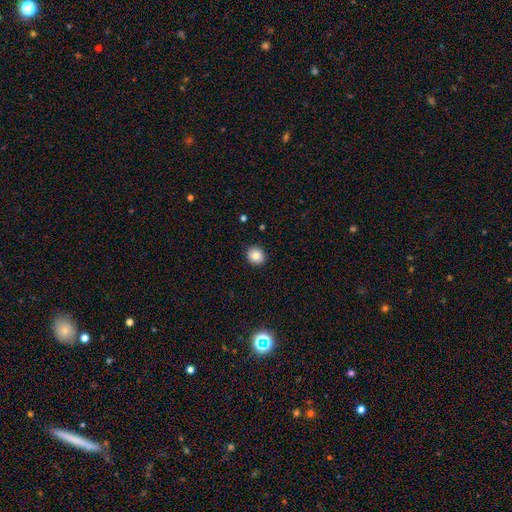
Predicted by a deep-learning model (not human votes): Overall: smooth (84%). How rounded: round (79%). Merging: none (90%).